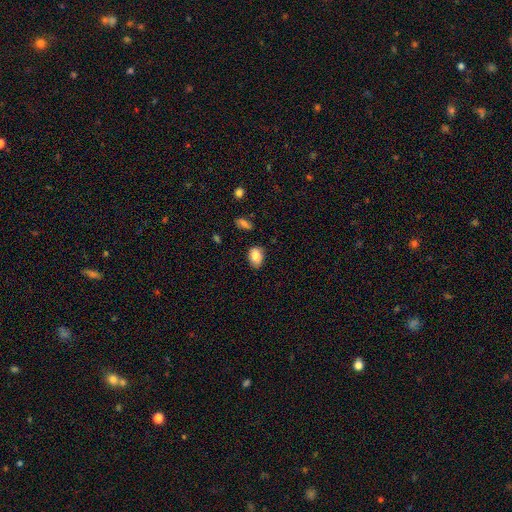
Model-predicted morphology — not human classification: Smooth or featured? smooth (87%)
How rounded? in between (83%)
Merging? none (76%)